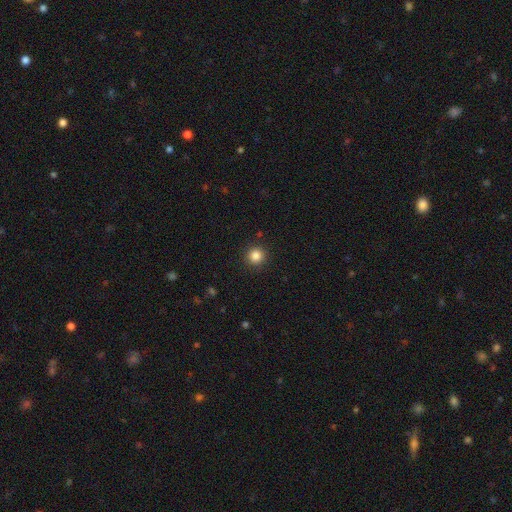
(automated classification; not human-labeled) Smooth or featured: smooth — 84% (star or artifact — 12%)
How rounded: round — 95% (in between — 4%)
Merging: none — 92% (minor disturbance — 5%)